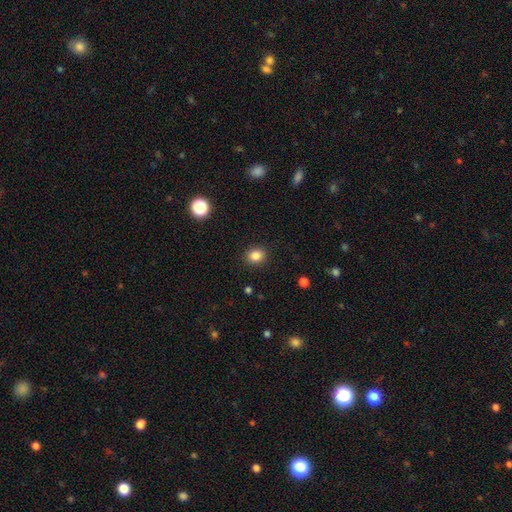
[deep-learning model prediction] Smooth or featured? smooth (85%)
How rounded? round (63%)
Merging? none (90%)